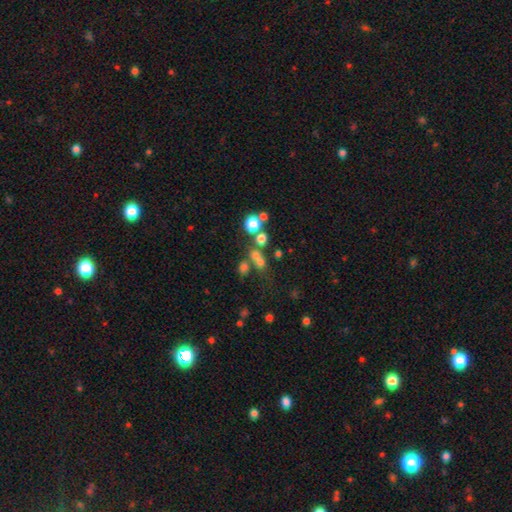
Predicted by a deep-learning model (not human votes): Q: Smooth or featured?
A: smooth (59%); runner-up: star or artifact (24%)
Q: How rounded?
A: round (74%); runner-up: in between (23%)
Q: Merging?
A: none (46%); runner-up: merger (38%)